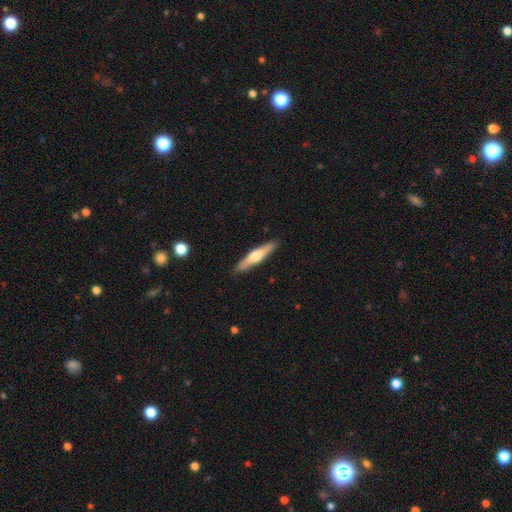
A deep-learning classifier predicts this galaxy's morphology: A featured or disk galaxy (49%).

Vote fractions:
- Smooth or featured? featured or disk: 49% / smooth: 45% / star or artifact: 5%
- Merging? none: 90% / minor disturbance: 8% / major disturbance: 2% / merger: 1%